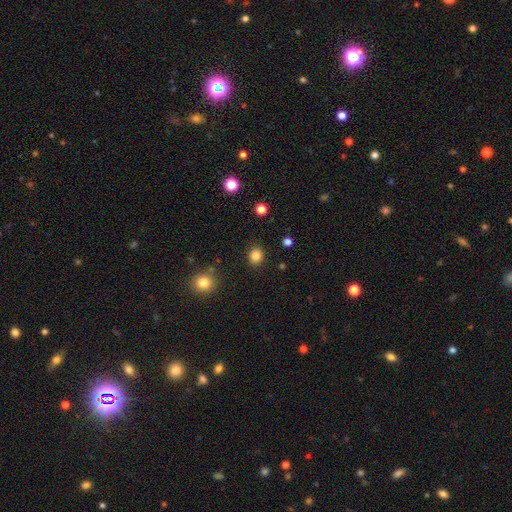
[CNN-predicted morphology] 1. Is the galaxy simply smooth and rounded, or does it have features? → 84% smooth, 11% star or artifact, 4% featured or disk.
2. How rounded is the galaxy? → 70% round, 29% in between, 1% cigar-shaped.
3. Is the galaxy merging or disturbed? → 88% none, 8% minor disturbance, 3% major disturbance, 2% merger.